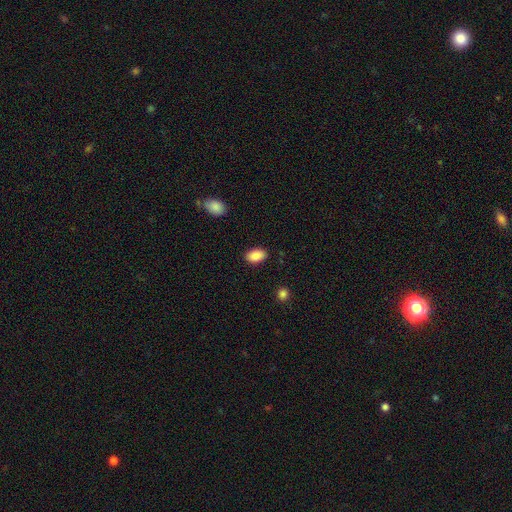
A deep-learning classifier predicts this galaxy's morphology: The model was most divided on "merging": none: 87%, minor disturbance: 9%, major disturbance: 2%, merger: 1%. More confident: how rounded — in between (91%); smooth or featured — smooth (88%).